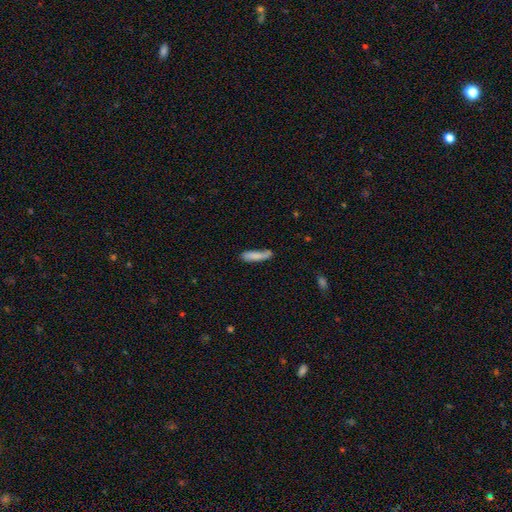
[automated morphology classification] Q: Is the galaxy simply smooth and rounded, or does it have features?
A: smooth — 79%.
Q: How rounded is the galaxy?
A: cigar-shaped — 73%.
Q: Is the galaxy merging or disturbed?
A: none — 57%.